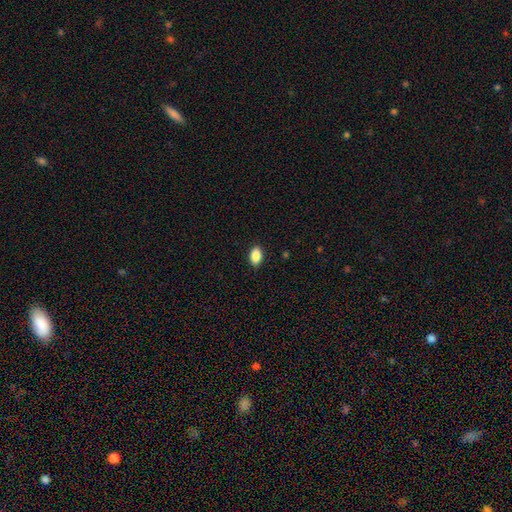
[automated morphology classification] This is clearly a smooth galaxy (89%). How rounded: clearly in between (91%). Merging: clearly none (89%).